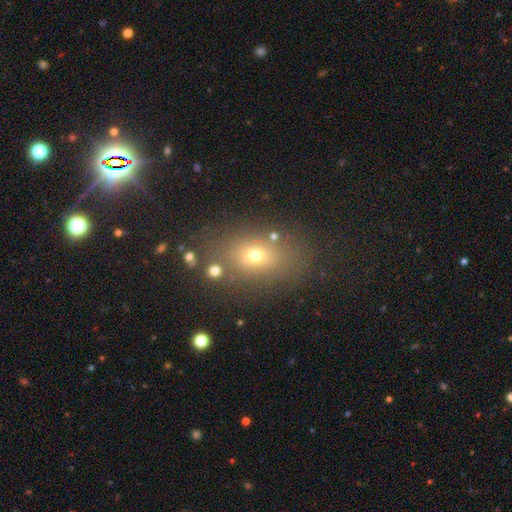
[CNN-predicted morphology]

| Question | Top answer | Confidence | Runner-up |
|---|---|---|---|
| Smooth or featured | smooth | 63% | star or artifact (21%) |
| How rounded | in between | 67% | round (31%) |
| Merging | none | 77% | minor disturbance (11%) |